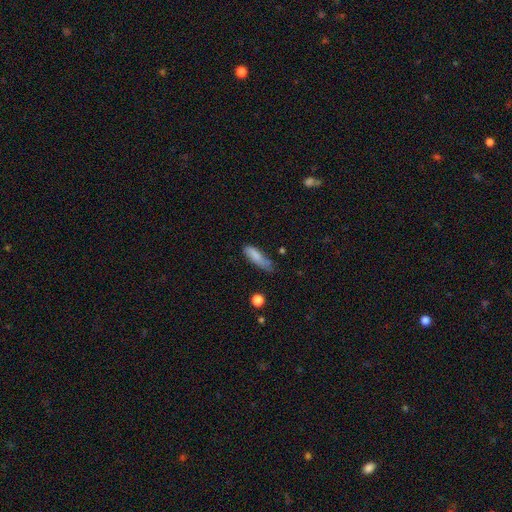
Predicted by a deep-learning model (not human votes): Q: Smooth or featured?
A: smooth (80%); runner-up: featured or disk (13%)
Q: How rounded?
A: cigar-shaped (50%); runner-up: in between (48%)
Q: Merging?
A: none (45%); runner-up: minor disturbance (39%)